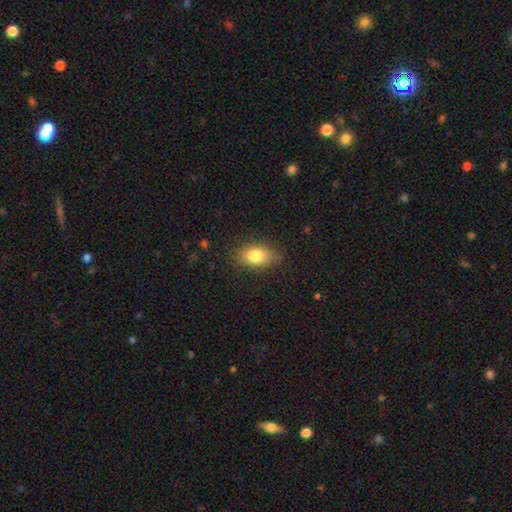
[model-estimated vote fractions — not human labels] smooth-or-featured: smooth: 81% | featured or disk: 11% | star or artifact: 9%
  how-rounded: in between: 85% | round: 12% | cigar-shaped: 3%
  merging: none: 81% | minor disturbance: 15% | major disturbance: 3% | merger: 1%